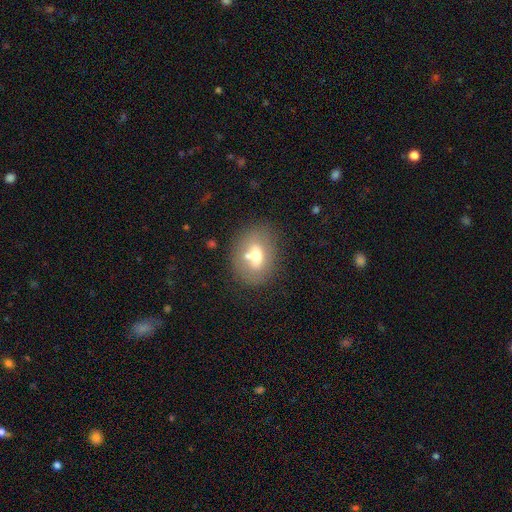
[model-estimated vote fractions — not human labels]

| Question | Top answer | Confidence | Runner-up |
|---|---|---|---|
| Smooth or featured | smooth | 57% | featured or disk (34%) |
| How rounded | in between | 59% | round (39%) |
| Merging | none | 63% | merger (18%) |